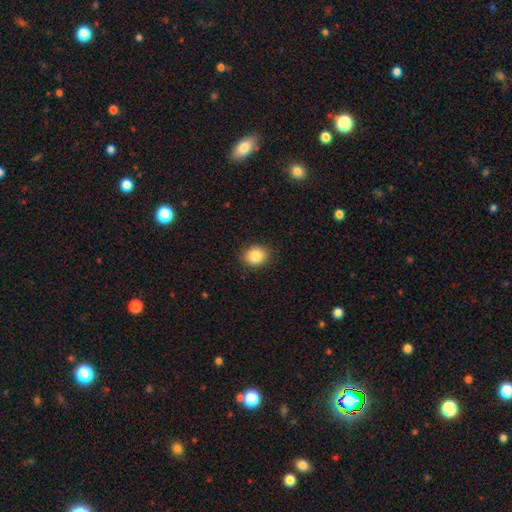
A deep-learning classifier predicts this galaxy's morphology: Smooth or featured? smooth (86%)
How rounded? round (63%)
Merging? none (89%)